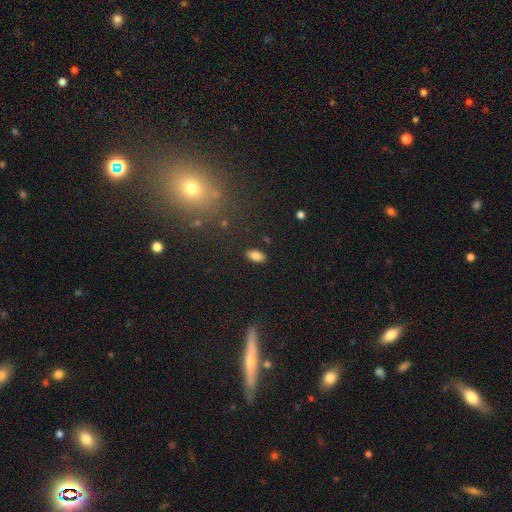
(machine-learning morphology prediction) Smooth or featured? Predicted: smooth (p=0.84). How rounded? Predicted: in between (p=0.93). Merging? Predicted: none (p=0.88).